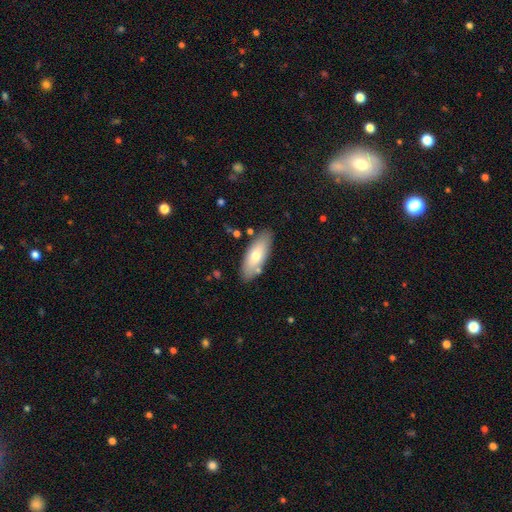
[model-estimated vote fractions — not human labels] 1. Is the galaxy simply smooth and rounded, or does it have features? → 69% smooth, 25% featured or disk, 6% star or artifact.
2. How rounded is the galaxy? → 73% in between, 25% cigar-shaped, 2% round.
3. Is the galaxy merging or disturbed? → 82% none, 12% minor disturbance, 4% merger, 2% major disturbance.